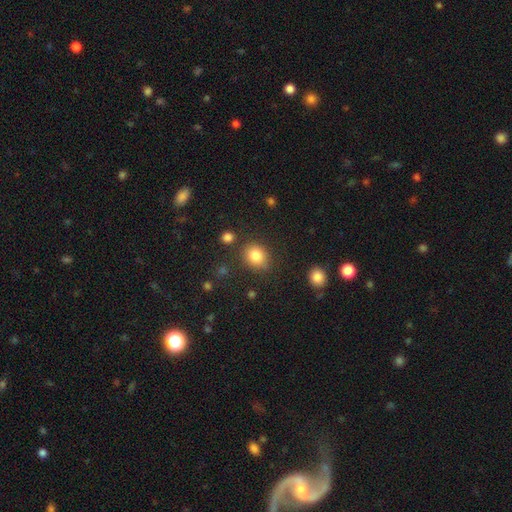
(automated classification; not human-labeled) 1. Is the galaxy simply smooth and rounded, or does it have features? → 83% smooth, 10% star or artifact, 6% featured or disk.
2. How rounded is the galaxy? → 64% round, 35% in between, 1% cigar-shaped.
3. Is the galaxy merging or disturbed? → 80% none, 12% minor disturbance, 4% merger, 4% major disturbance.